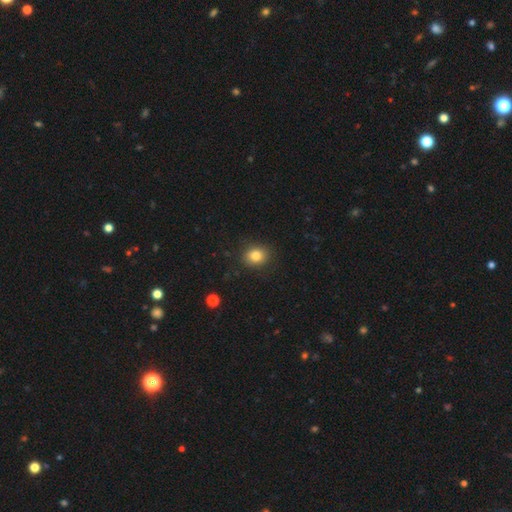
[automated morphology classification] This is clearly a smooth galaxy (82%). How rounded: likely round (63%). Merging: clearly none (87%).